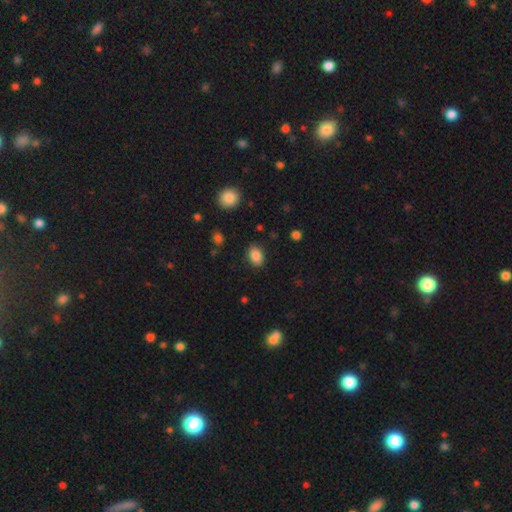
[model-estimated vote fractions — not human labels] Smooth or featured?
  - smooth: 86% *
  - star or artifact: 9%
  - featured or disk: 5%
How rounded?
  - in between: 80% *
  - round: 19%
  - cigar-shaped: 1%
Merging?
  - none: 85% *
  - minor disturbance: 11%
  - major disturbance: 3%
  - merger: 1%